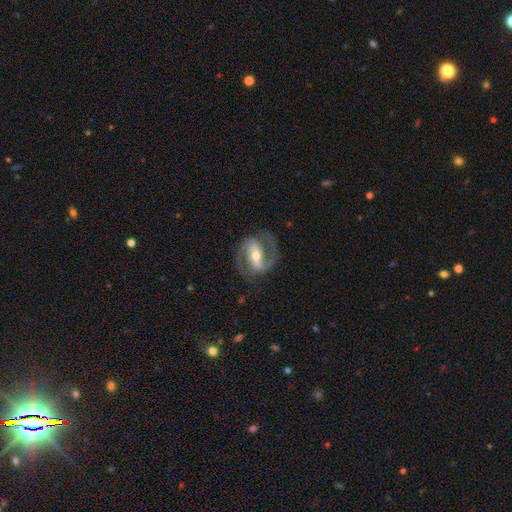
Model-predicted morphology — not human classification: Q: Smooth or featured?
A: featured or disk (87%); runner-up: smooth (8%)
Q: Edge-on disk?
A: no (97%); runner-up: yes (3%)
Q: Bar?
A: strong (48%); runner-up: weak (33%)
Q: Spiral arms?
A: yes (94%); runner-up: no (6%)
Q: Spiral winding?
A: medium (57%); runner-up: tight (24%)
Q: Spiral arm count?
A: 2 (90%); runner-up: can't tell (3%)
Q: Bulge size?
A: moderate (65%); runner-up: small (28%)
Q: Merging?
A: none (76%); runner-up: minor disturbance (14%)